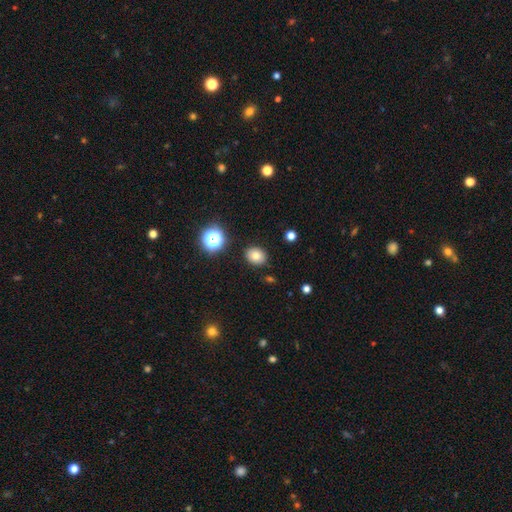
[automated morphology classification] smooth 76%, star or artifact 14%, featured or disk 10%. Down the decision tree: how rounded — round (57%); merging — none (88%).